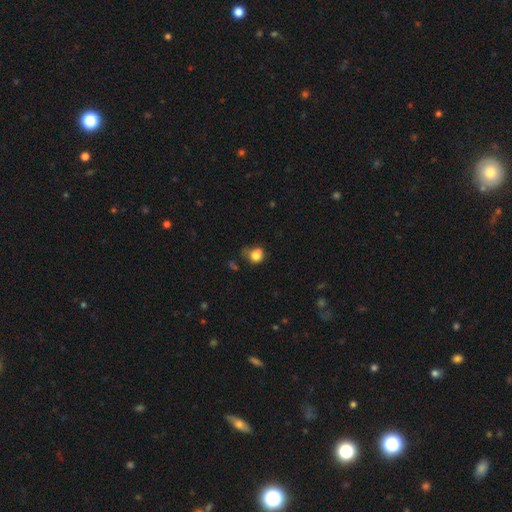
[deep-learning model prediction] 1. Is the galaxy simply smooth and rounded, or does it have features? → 79% smooth, 11% star or artifact, 10% featured or disk.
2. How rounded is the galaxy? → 68% round, 31% in between, 1% cigar-shaped.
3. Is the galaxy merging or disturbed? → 41% none, 32% minor disturbance, 17% major disturbance, 10% merger.